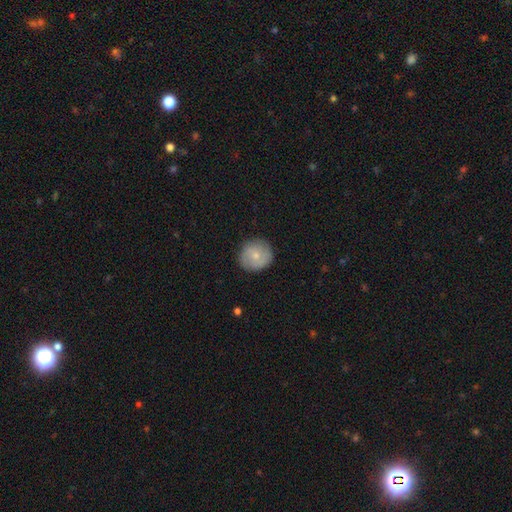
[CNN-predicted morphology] This is likely a smooth galaxy (66%). How rounded: clearly round (89%). Merging: clearly none (86%).